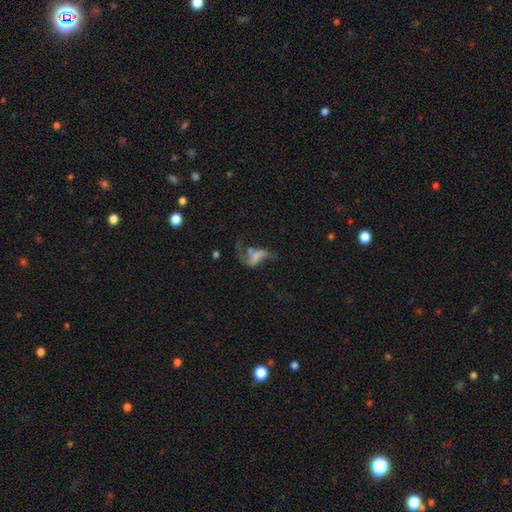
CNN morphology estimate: The model was most divided on "merging": major disturbance: 41%, none: 28%, merger: 18%, minor disturbance: 13%. Remaining: edge-on disk — no (97%); spiral winding — loose (83%); spiral arms — yes (80%); spiral arm count — 2 (72%); smooth or featured — featured or disk (69%); bar — no (47%); bulge size — none (47%).